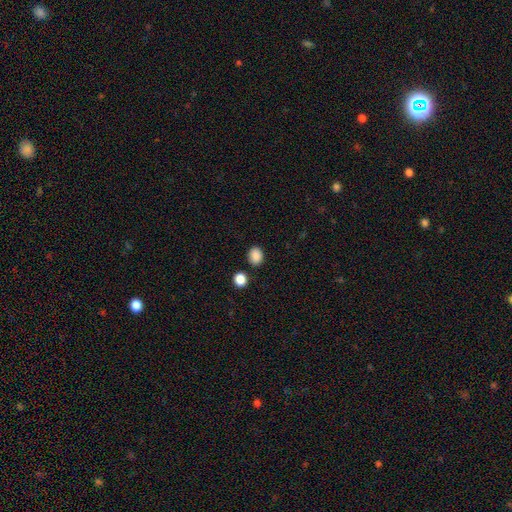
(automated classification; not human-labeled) smooth_or_featured: smooth (p=0.87) [alt: star or artifact p=0.10]
how_rounded: in between (p=0.52) [alt: round p=0.47]
merging: none (p=0.84) [alt: minor disturbance p=0.09]